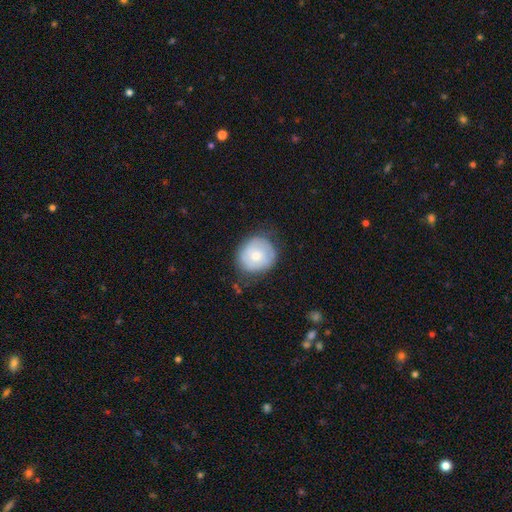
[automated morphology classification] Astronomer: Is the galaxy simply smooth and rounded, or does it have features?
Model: smooth — 66%.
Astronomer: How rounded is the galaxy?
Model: round — 86%.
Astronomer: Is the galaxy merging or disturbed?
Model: none — 70%.